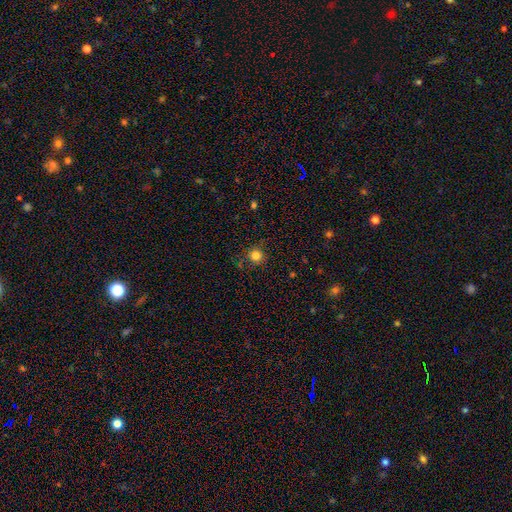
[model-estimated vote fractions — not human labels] This is clearly a smooth galaxy (81%). How rounded: clearly round (93%). Merging: clearly none (87%).